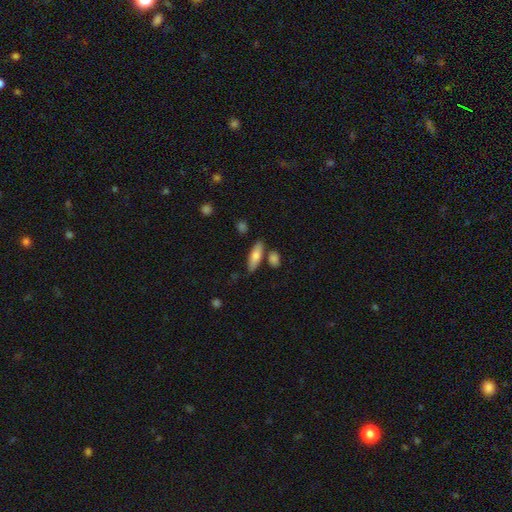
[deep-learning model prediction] Smooth or featured? smooth (75%)
How rounded? in between (53%)
Merging? none (76%)